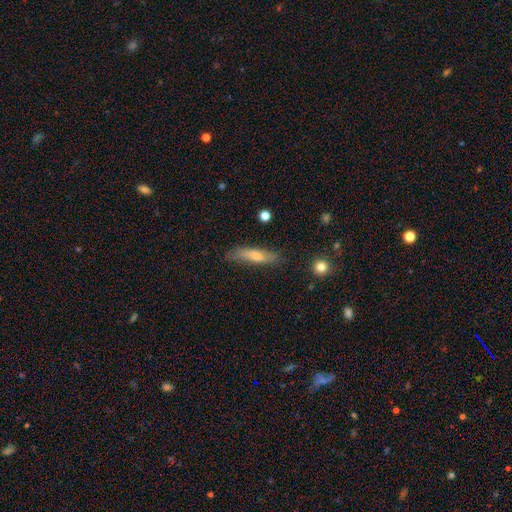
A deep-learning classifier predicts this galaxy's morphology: type=smooth (60%); roundness=cigar-shaped (74%); merging=none (77%).